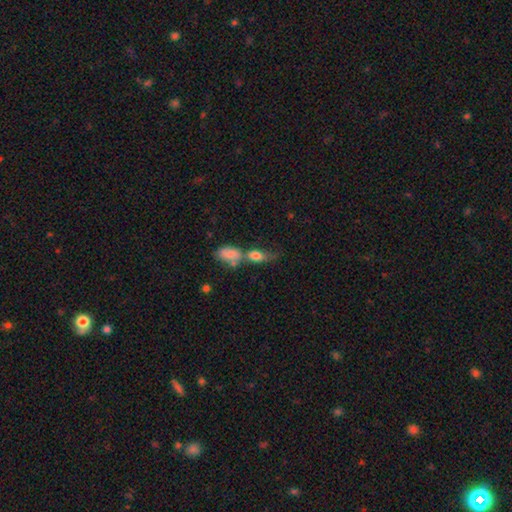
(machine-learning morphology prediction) type=smooth (75%); roundness=in between (79%); merging=merger (47%).